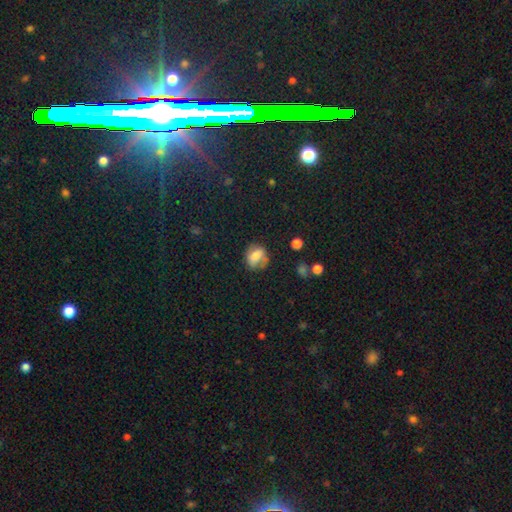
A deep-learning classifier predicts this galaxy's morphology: The model was most divided on "how rounded": round: 52%, in between: 45%, cigar-shaped: 2%. More confident: smooth or featured — smooth (68%); merging — none (58%).